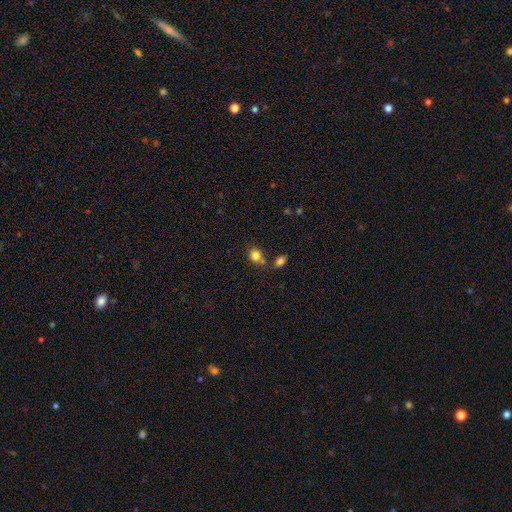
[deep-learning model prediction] Overall: smooth (82%). How rounded: round (53%; in between 46%). Merging: none (57%; merger 20%).